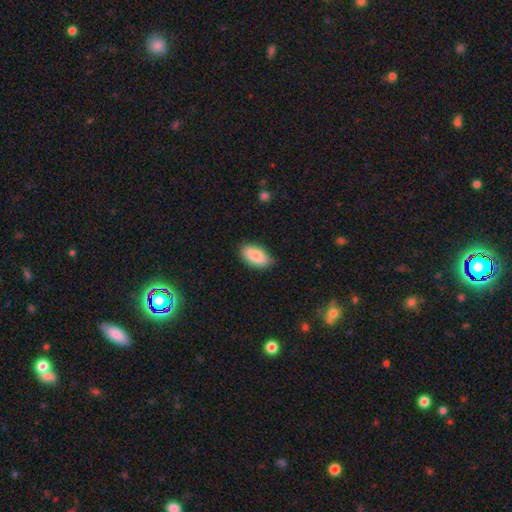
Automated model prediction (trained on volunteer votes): A smooth galaxy with no disk features (86%) that is in between round and cigar-shaped (92%). Merging: none (82%).